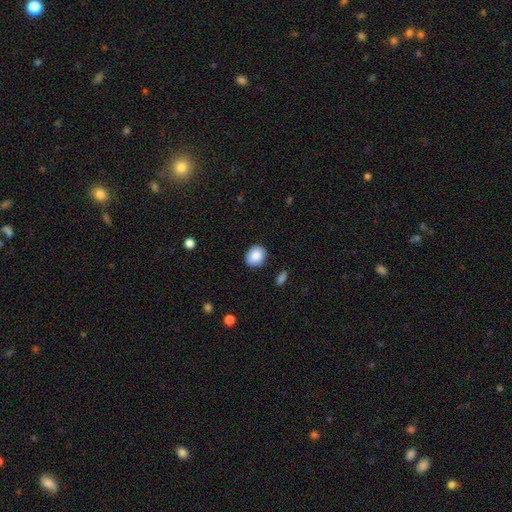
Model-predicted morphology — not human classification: smooth_or_featured: smooth (p=0.87) [alt: star or artifact p=0.08]
how_rounded: round (p=0.68) [alt: in between p=0.31]
merging: none (p=0.84) [alt: minor disturbance p=0.12]